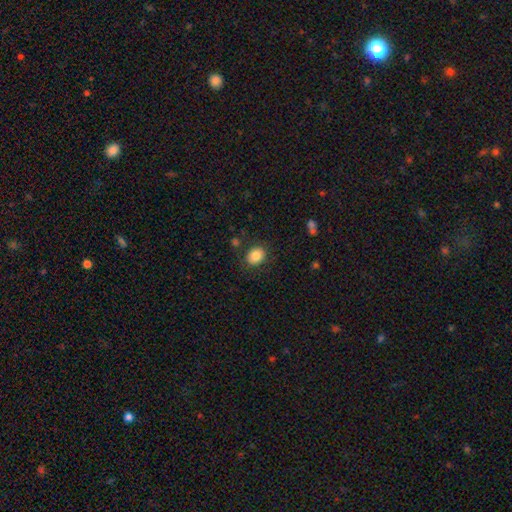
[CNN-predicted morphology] The model was most divided on "how rounded": round: 58%, in between: 41%, cigar-shaped: 1%. More confident: merging — none (84%); smooth or featured — smooth (84%).